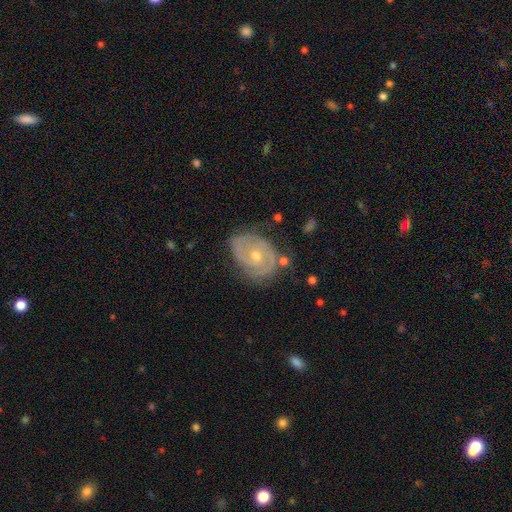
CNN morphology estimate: Smooth or featured? featured or disk (84%)
Edge-on disk? no (97%)
Bar? no (68%)
Spiral arms? yes (90%)
Spiral winding? tight (64%)
Spiral arm count? 2 (60%)
Bulge size? moderate (56%)
Merging? none (71%)